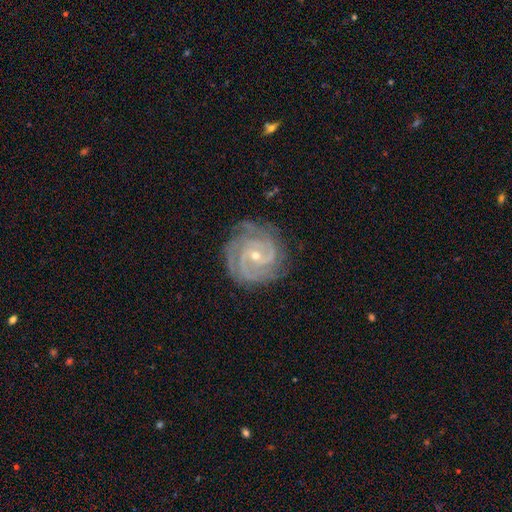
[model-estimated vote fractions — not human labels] Smooth or featured?
  - featured or disk: 91% *
  - star or artifact: 5%
  - smooth: 3%
Edge-on disk?
  - no: 98% *
  - yes: 2%
Bar?
  - no: 58% *
  - weak: 31%
  - strong: 11%
Spiral arms?
  - yes: 99% *
  - no: 1%
Spiral winding?
  - tight: 74% *
  - medium: 23%
  - loose: 3%
Spiral arm count?
  - 3: 36% *
  - 2: 21%
  - 4: 18%
  - can't tell: 12%
  - more than 4: 7%
  - 1: 6%
Bulge size?
  - small: 68% *
  - moderate: 29%
  - large: 1%
  - none: 1%
  - dominant: 1%
Merging?
  - none: 79% *
  - minor disturbance: 15%
  - major disturbance: 4%
  - merger: 1%